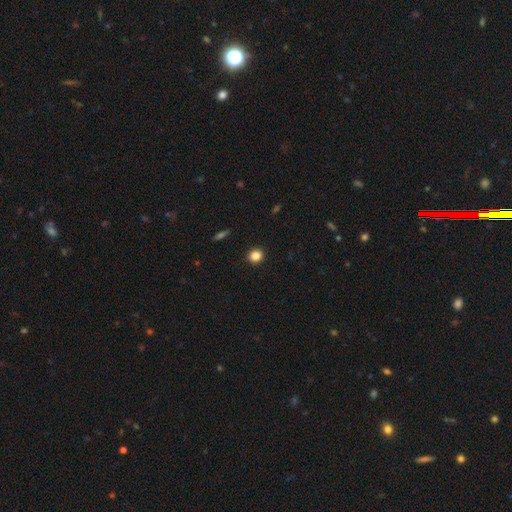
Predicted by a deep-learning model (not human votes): Morphology: type=smooth (85%); roundness=round (86%); merging=none (92%).